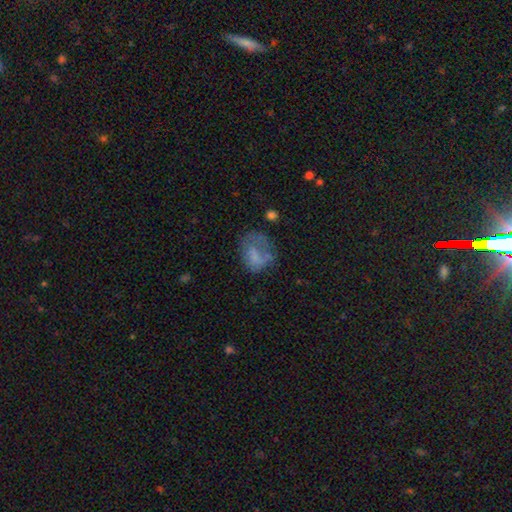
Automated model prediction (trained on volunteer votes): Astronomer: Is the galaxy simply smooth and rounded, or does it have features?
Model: smooth — 61%.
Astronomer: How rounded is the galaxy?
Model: in between — 57% (runner-up: round, 42%).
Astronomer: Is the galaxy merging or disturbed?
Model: none — 36% (runner-up: major disturbance, 33%).